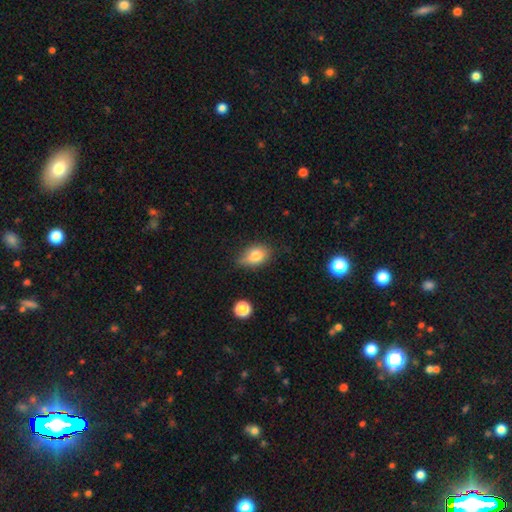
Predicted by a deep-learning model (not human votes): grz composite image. It shows a smooth galaxy with no disk features (75%) that is in between round and cigar-shaped (79%). Merging: none (57%).